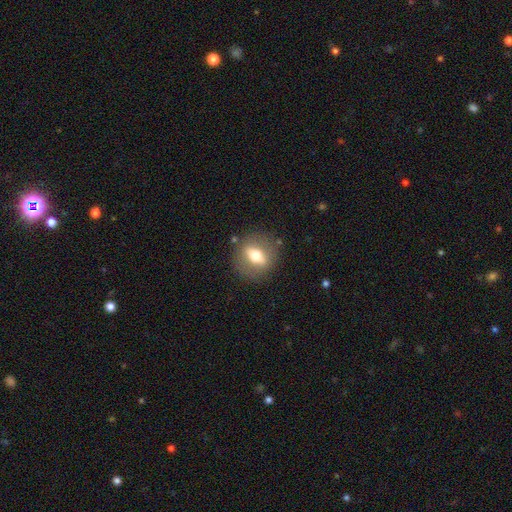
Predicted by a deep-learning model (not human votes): Smooth or featured?
  - smooth: 46% *
  - featured or disk: 45%
  - star or artifact: 8%
Merging?
  - none: 83% *
  - minor disturbance: 10%
  - major disturbance: 5%
  - merger: 2%